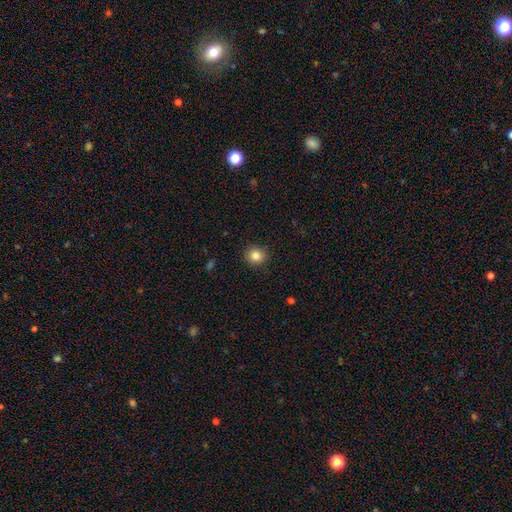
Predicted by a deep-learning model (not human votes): This is clearly a smooth galaxy (84%). How rounded: clearly round (84%). Merging: clearly none (89%).